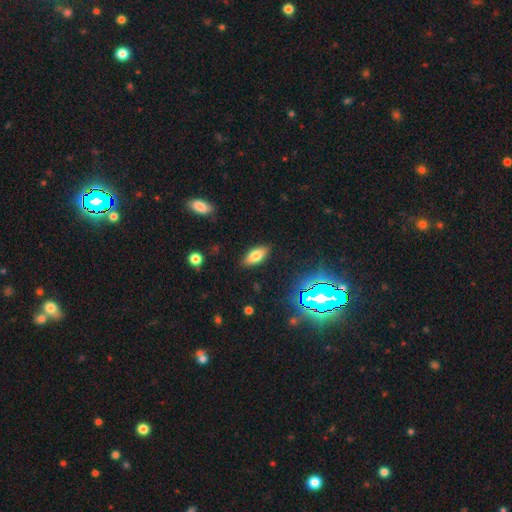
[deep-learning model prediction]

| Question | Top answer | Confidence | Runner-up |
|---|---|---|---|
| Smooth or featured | smooth | 74% | featured or disk (13%) |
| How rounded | in between | 84% | cigar-shaped (12%) |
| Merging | none | 87% | minor disturbance (9%) |